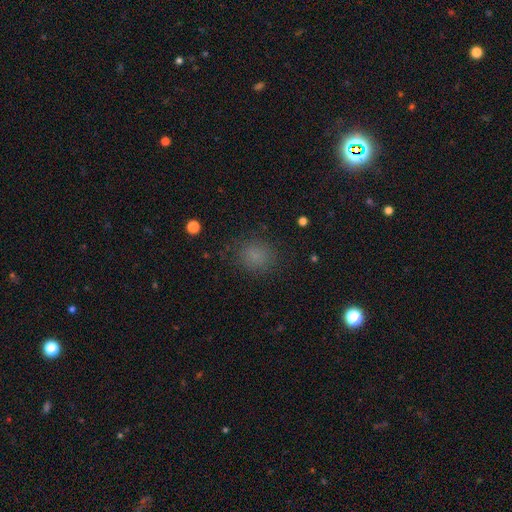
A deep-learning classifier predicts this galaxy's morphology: A smooth galaxy with no disk features (78%) that is round (69%).

Vote fractions:
- Smooth or featured? smooth: 78% / star or artifact: 17% / featured or disk: 6%
- How rounded? round: 69% / in between: 30% / cigar-shaped: 1%
- Merging? none: 82% / minor disturbance: 12% / major disturbance: 5% / merger: 1%